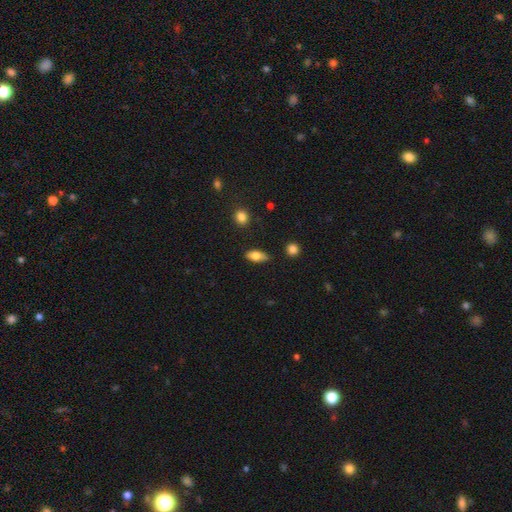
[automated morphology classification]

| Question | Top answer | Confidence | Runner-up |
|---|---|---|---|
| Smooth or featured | smooth | 73% | featured or disk (20%) |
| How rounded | in between | 82% | cigar-shaped (13%) |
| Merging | none | 79% | minor disturbance (16%) |